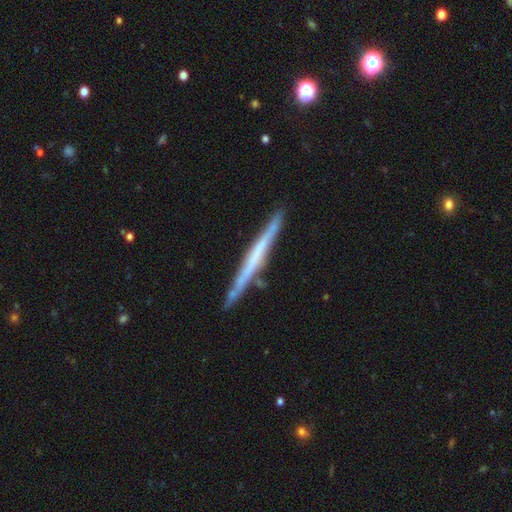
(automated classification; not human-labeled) A featured or disk galaxy (64%) viewed edge-on (97%) with no central bulge (76%).

Vote fractions:
- Smooth or featured? featured or disk: 64% / smooth: 31% / star or artifact: 6%
- Edge-on disk? yes: 97% / no: 3%
- Edge-on bulge? none: 76% / rounded: 12% / boxy: 11%
- Merging? none: 85% / minor disturbance: 11% / merger: 2% / major disturbance: 2%